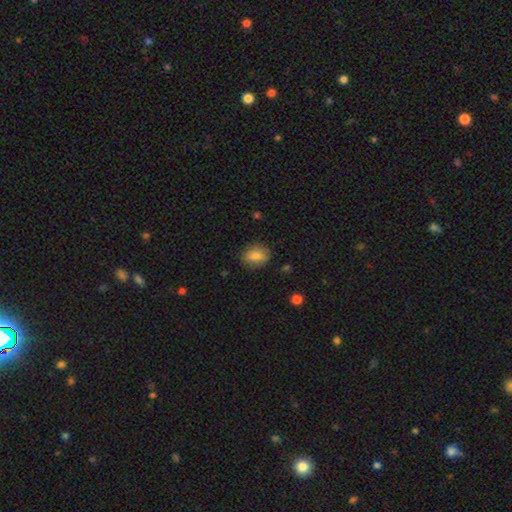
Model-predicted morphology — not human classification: The model was most divided on "how rounded": in between: 57%, round: 42%, cigar-shaped: 1%. More confident: merging — none (81%); smooth or featured — smooth (77%).